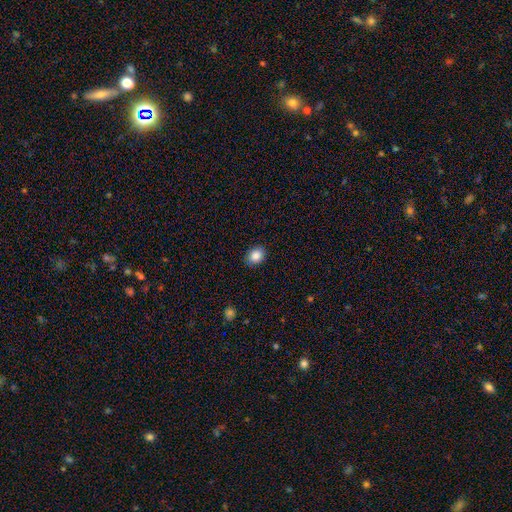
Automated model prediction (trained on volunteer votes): Smooth or featured? Predicted: smooth (p=0.87). How rounded? Predicted: in between (p=0.60). Merging? Predicted: none (p=0.89).